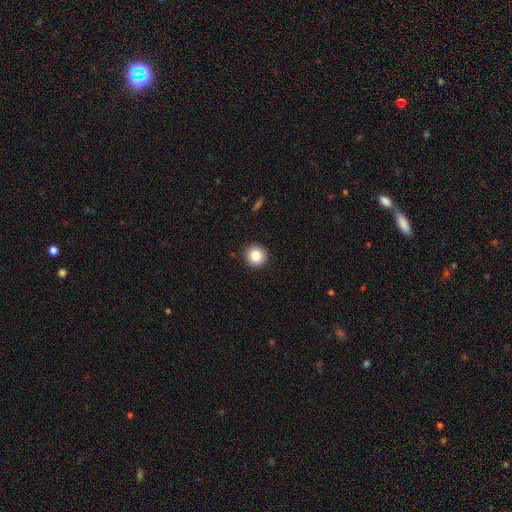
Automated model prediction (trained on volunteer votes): A smooth galaxy with no disk features (87%) that is round (95%).

Vote fractions:
- Smooth or featured? smooth: 87% / star or artifact: 9% / featured or disk: 4%
- How rounded? round: 95% / in between: 4% / cigar-shaped: 1%
- Merging? none: 92% / minor disturbance: 6% / major disturbance: 2% / merger: 1%